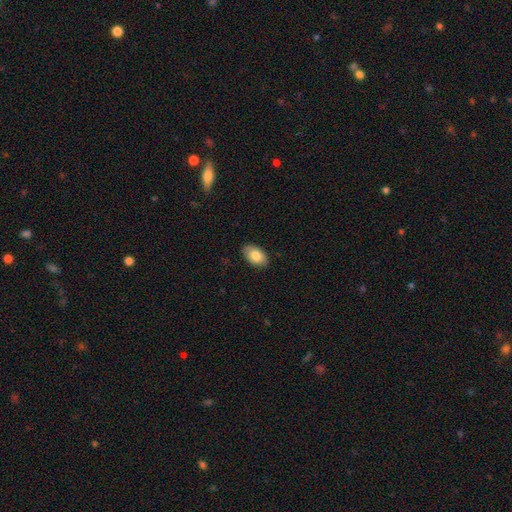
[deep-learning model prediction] The model was most divided on "smooth or featured": smooth: 84%, featured or disk: 10%, star or artifact: 6%. More confident: how rounded — in between (93%); merging — none (87%).